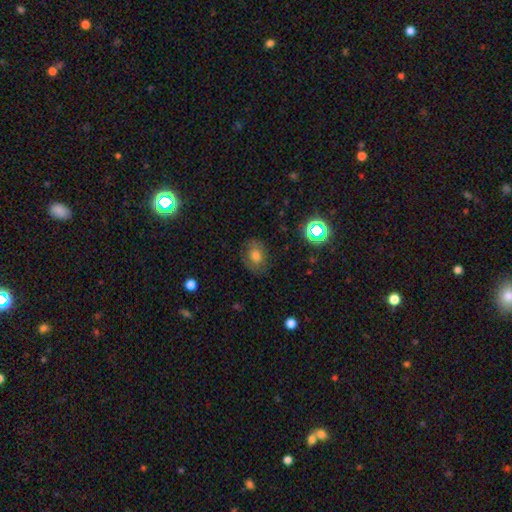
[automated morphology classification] smooth-or-featured: smooth: 64% | featured or disk: 20% | star or artifact: 16%
  how-rounded: in between: 59% | round: 40% | cigar-shaped: 1%
  merging: none: 77% | minor disturbance: 16% | major disturbance: 6% | merger: 1%